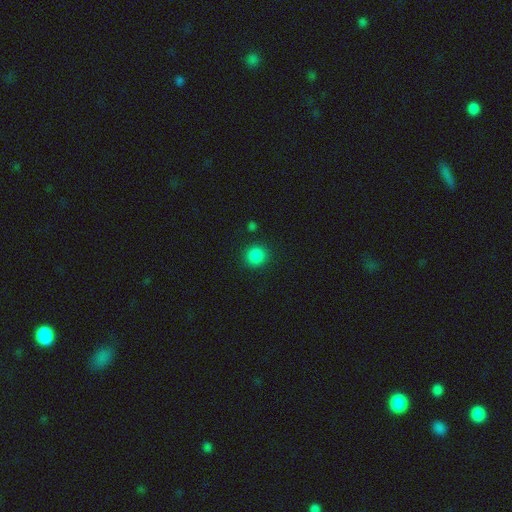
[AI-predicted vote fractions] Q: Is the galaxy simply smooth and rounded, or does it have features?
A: smooth — 86%.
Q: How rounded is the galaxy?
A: round — 92%.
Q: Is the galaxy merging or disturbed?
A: none — 90%.